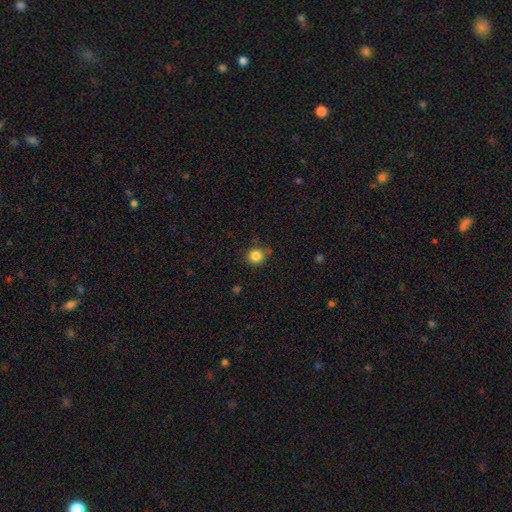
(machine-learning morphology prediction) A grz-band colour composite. It shows a smooth galaxy with no disk features (84%) that is round (87%). Merging: none (77%).